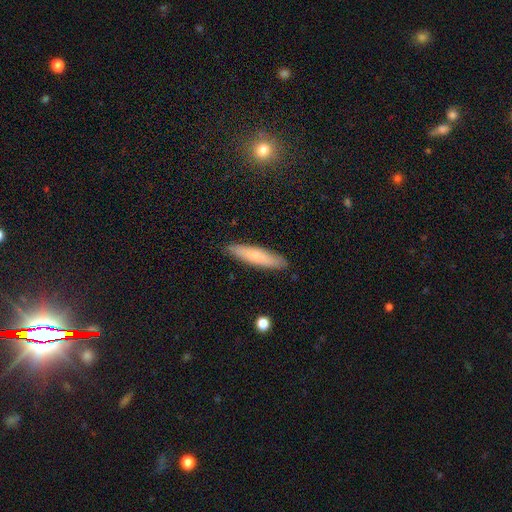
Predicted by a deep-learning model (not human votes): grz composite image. It shows a smooth galaxy with no disk features (71%) that is cigar-shaped (83%). Merging: none (89%).